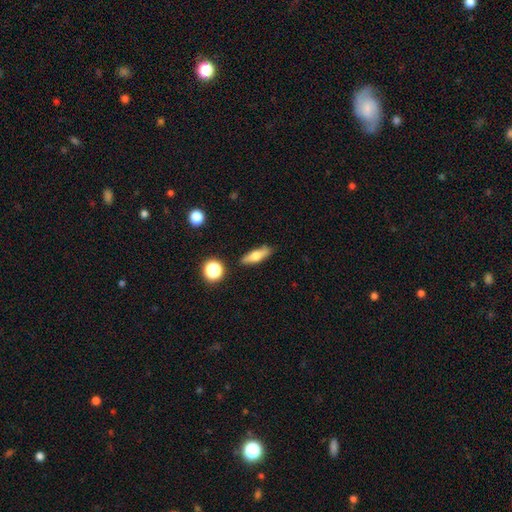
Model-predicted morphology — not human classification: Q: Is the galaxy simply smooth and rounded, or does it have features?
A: smooth — 59%.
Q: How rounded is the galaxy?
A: cigar-shaped — 51%.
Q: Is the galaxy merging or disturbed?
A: none — 85%.